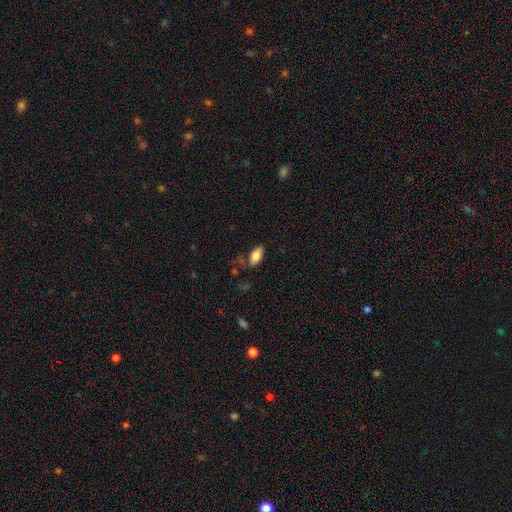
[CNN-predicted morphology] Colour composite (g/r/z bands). It shows a smooth galaxy with no disk features (84%) that is in between round and cigar-shaped (93%). Merging: none (69%).